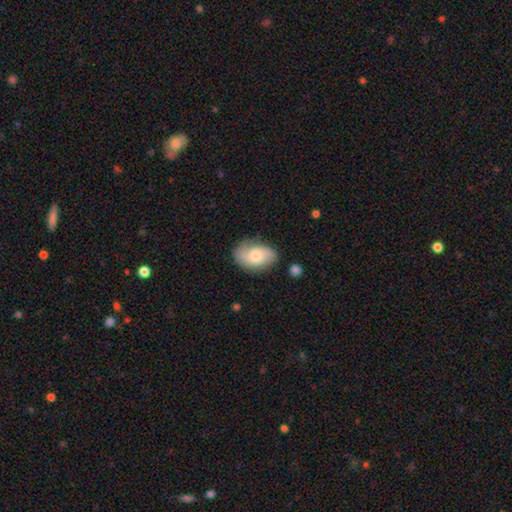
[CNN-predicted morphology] smooth-or-featured: featured or disk: 52% | smooth: 41% | star or artifact: 7%
  disk-edge-on: no: 96% | yes: 4%
  merging: none: 72% | minor disturbance: 19% | major disturbance: 6% | merger: 3%